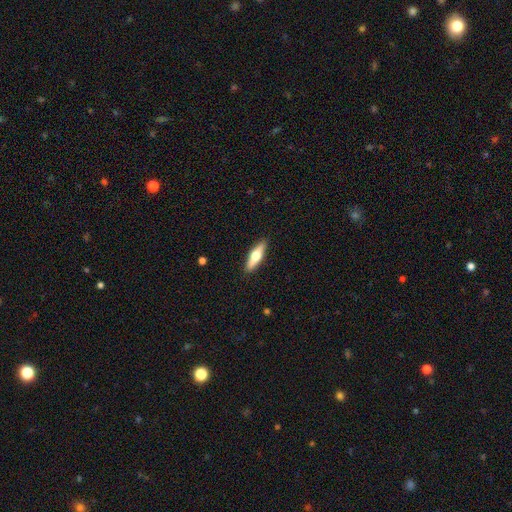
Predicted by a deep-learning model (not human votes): Morphology: type=smooth (50%); merging=none (90%).